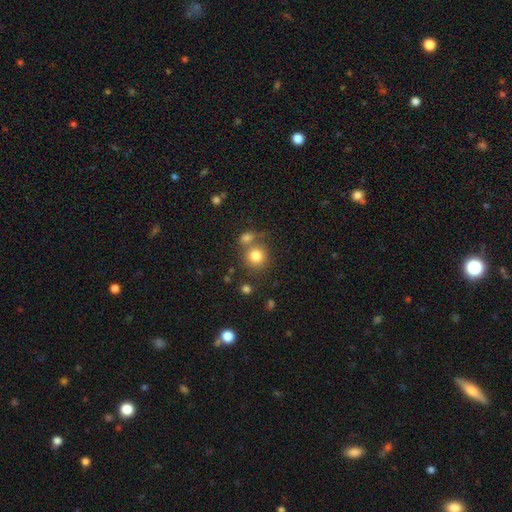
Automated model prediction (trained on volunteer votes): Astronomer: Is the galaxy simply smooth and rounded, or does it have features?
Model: smooth — 80%.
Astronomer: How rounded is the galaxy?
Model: round — 87%.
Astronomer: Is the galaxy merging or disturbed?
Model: none — 57%.